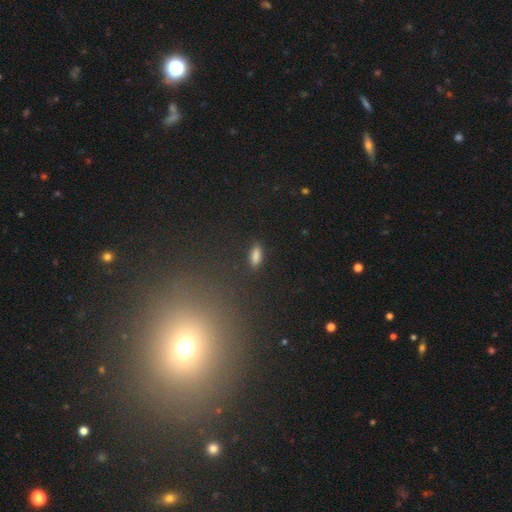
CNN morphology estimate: Smooth or featured: smooth — 81% (star or artifact — 14%)
How rounded: in between — 78% (cigar-shaped — 17%)
Merging: none — 88% (minor disturbance — 8%)